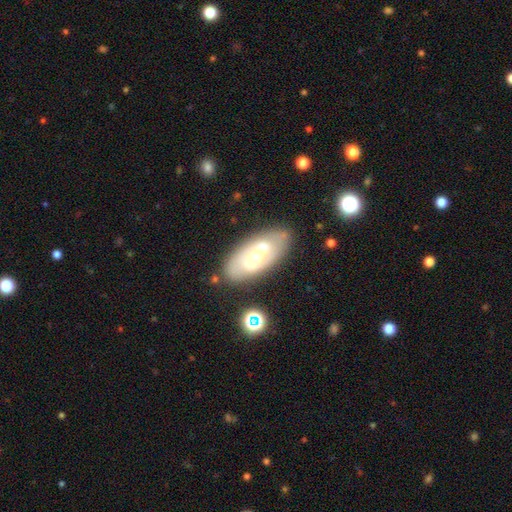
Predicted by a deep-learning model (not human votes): Q: Smooth or featured?
A: featured or disk (70%); runner-up: smooth (23%)
Q: Edge-on disk?
A: no (92%); runner-up: yes (8%)
Q: Bar?
A: weak (44%); runner-up: no (36%)
Q: Spiral arms?
A: yes (75%); runner-up: no (25%)
Q: Bulge size?
A: moderate (59%); runner-up: small (33%)
Q: Merging?
A: none (76%); runner-up: minor disturbance (14%)